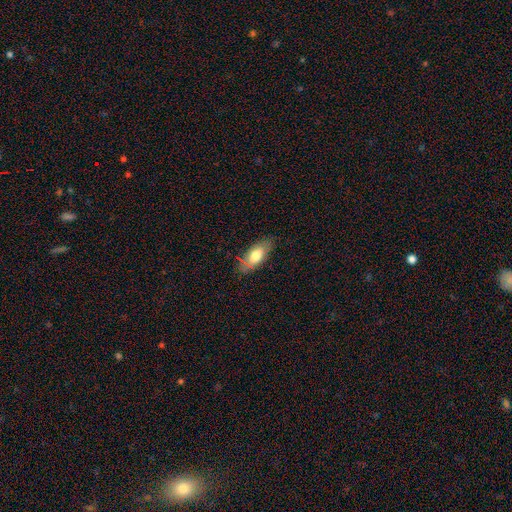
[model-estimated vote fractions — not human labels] Overall: smooth (68%). How rounded: in between (85%). Merging: none (76%).